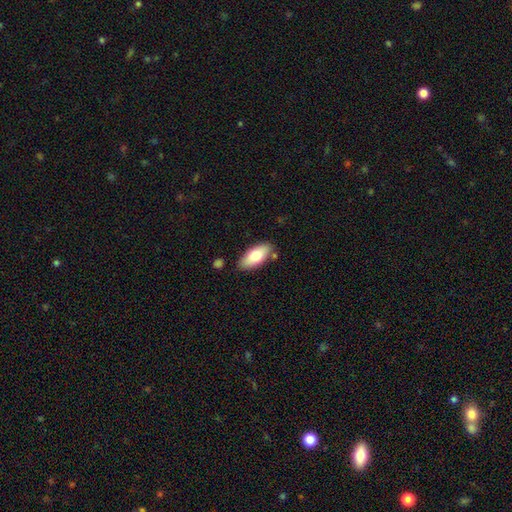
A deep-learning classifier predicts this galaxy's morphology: Q: Smooth or featured?
A: smooth (77%); runner-up: featured or disk (17%)
Q: How rounded?
A: in between (87%); runner-up: cigar-shaped (11%)
Q: Merging?
A: none (81%); runner-up: minor disturbance (12%)